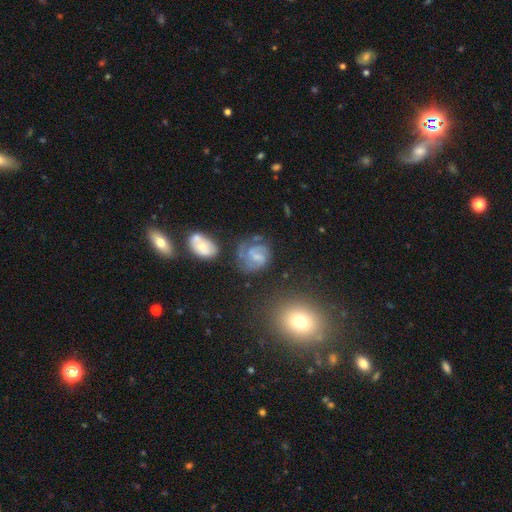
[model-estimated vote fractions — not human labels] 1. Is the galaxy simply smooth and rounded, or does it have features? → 74% featured or disk, 17% smooth, 9% star or artifact.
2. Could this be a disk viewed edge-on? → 98% no, 2% yes.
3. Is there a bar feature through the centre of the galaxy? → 49% weak, 34% no, 17% strong.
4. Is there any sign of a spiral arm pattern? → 90% yes, 10% no.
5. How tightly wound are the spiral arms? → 47% medium, 35% tight, 18% loose.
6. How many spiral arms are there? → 66% 2, 15% can't tell, 8% 1, 7% 3, 2% 4, 2% more than 4.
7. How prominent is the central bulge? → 42% none, 33% small, 19% moderate, 4% large, 1% dominant.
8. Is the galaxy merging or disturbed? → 54% none, 21% minor disturbance, 17% major disturbance, 8% merger.